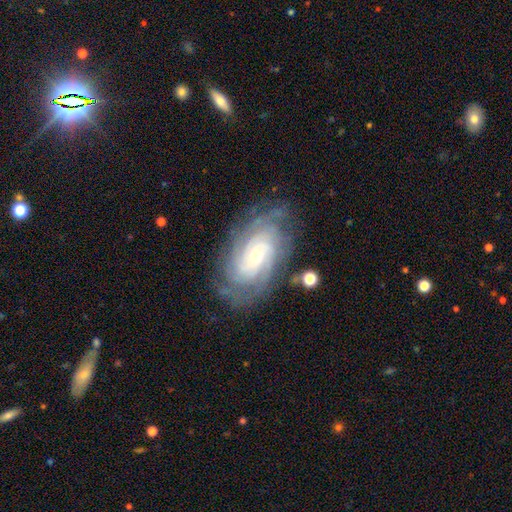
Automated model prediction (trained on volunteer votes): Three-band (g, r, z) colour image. It shows a featured or disk galaxy (86%) with no bar (71%), tight (73%) spiral arms (97%) and a small central bulge (60%). Merging: none (76%).